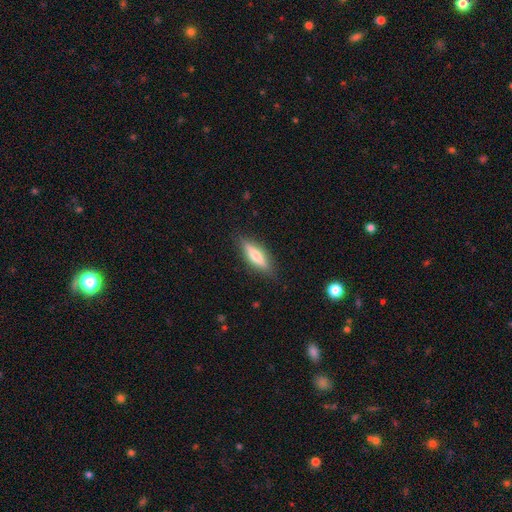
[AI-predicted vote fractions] smooth 51%, featured or disk 42%, star or artifact 7%. Down the decision tree: how rounded — cigar-shaped (65%); merging — none (86%).